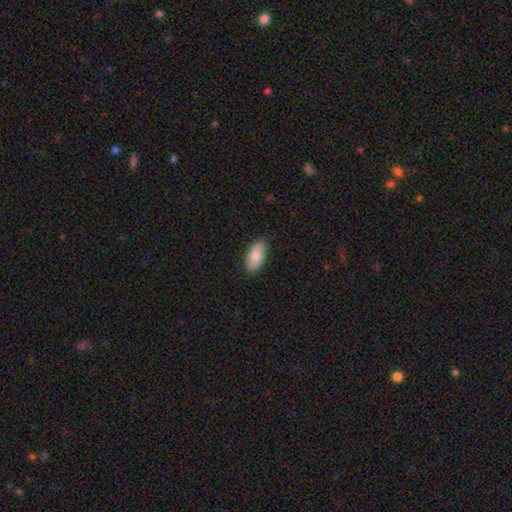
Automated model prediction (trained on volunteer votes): Morphology: type=smooth (75%); roundness=in between (92%); merging=none (85%).